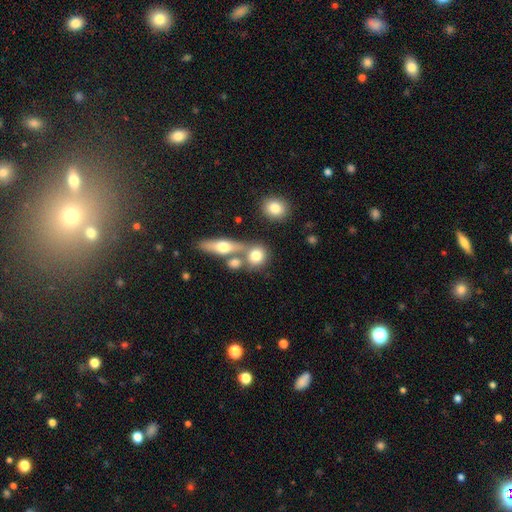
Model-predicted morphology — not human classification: type=smooth (74%); roundness=round (70%); merging=none (51%).